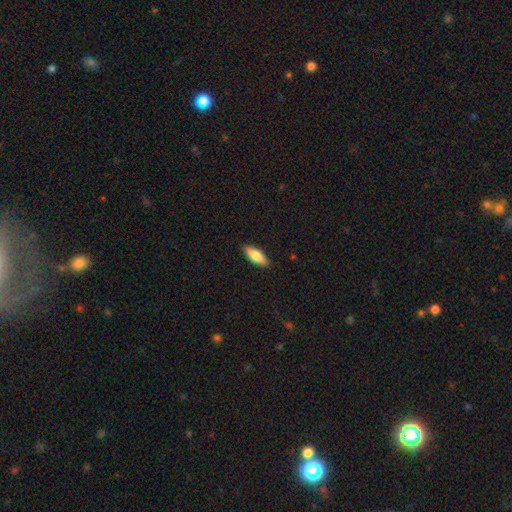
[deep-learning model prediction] smooth-or-featured: smooth: 73% | featured or disk: 21% | star or artifact: 6%
  how-rounded: in between: 67% | cigar-shaped: 31% | round: 2%
  merging: none: 88% | minor disturbance: 9% | major disturbance: 2% | merger: 1%